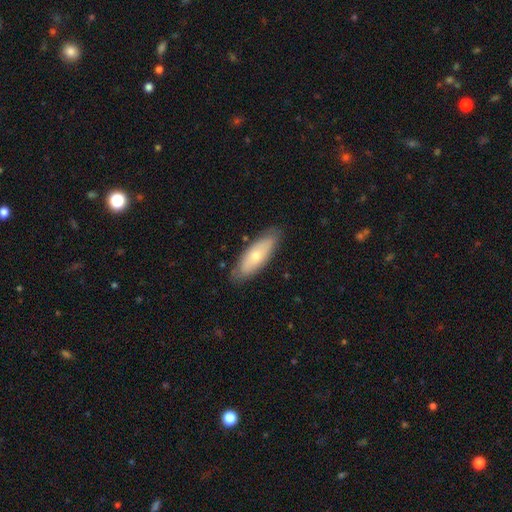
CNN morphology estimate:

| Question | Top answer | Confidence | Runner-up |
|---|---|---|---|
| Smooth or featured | smooth | 60% | featured or disk (34%) |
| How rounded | in between | 57% | cigar-shaped (41%) |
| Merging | none | 84% | minor disturbance (13%) |